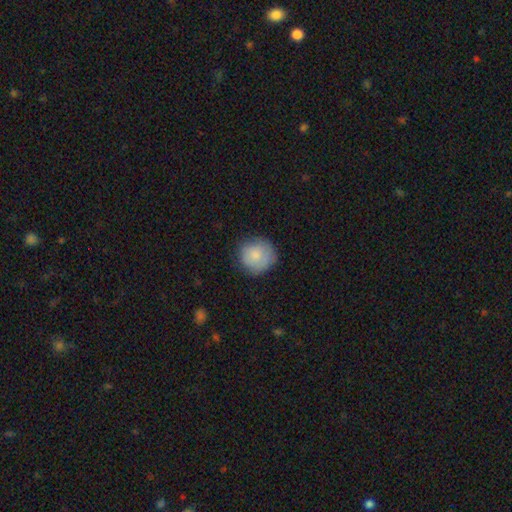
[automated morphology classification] smooth 80%, featured or disk 13%, star or artifact 7%. Down the decision tree: how rounded — round (92%); merging — none (76%).